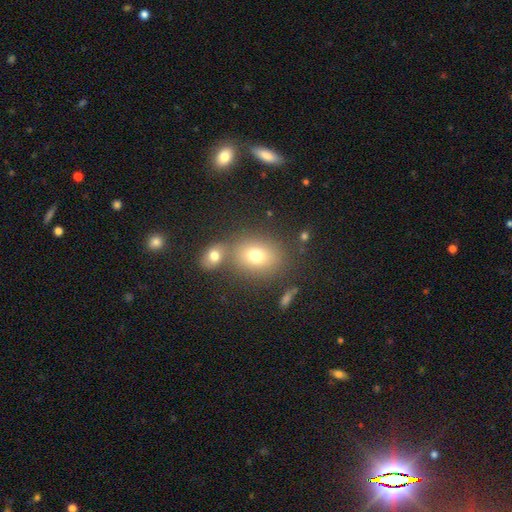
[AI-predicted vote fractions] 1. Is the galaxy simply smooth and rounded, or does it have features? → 73% smooth, 14% star or artifact, 13% featured or disk.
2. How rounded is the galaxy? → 53% round, 46% in between, 1% cigar-shaped.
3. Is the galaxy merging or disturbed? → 63% none, 22% merger, 10% minor disturbance, 4% major disturbance.